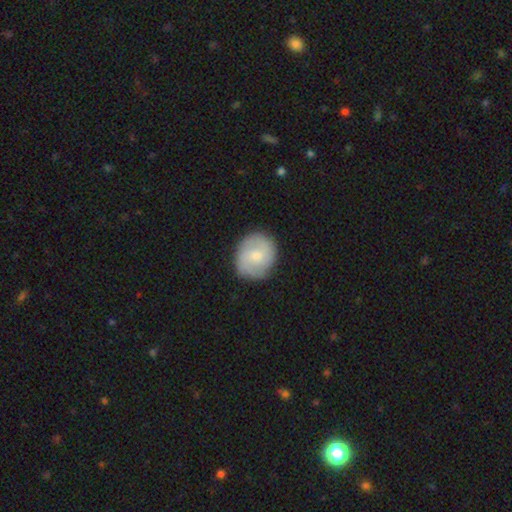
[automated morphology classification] The model was most divided on "smooth or featured": featured or disk: 50%, smooth: 44%, star or artifact: 6%. More confident: merging — none (83%).